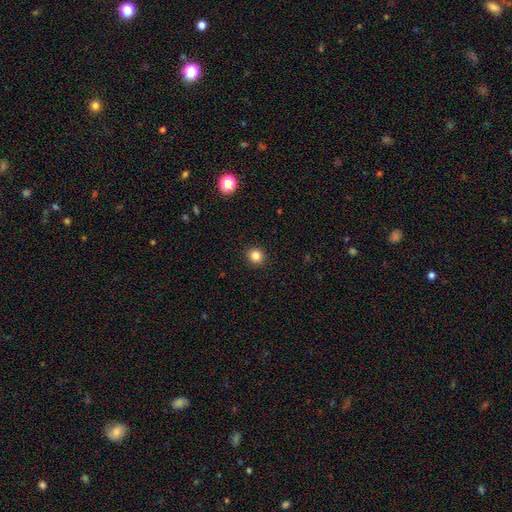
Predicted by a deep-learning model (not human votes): A smooth galaxy with no disk features (84%) that is round (89%).

Vote fractions:
- Smooth or featured? smooth: 84% / star or artifact: 12% / featured or disk: 4%
- How rounded? round: 89% / in between: 10% / cigar-shaped: 1%
- Merging? none: 92% / minor disturbance: 5% / major disturbance: 2% / merger: 1%